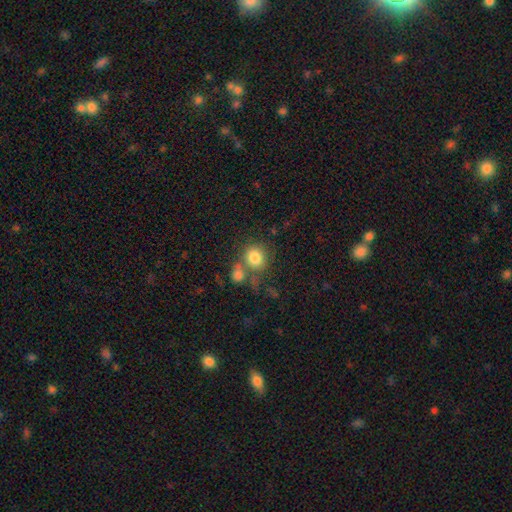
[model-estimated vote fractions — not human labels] Morphology: type=smooth (80%); roundness=round (74%); merging=none (55%).